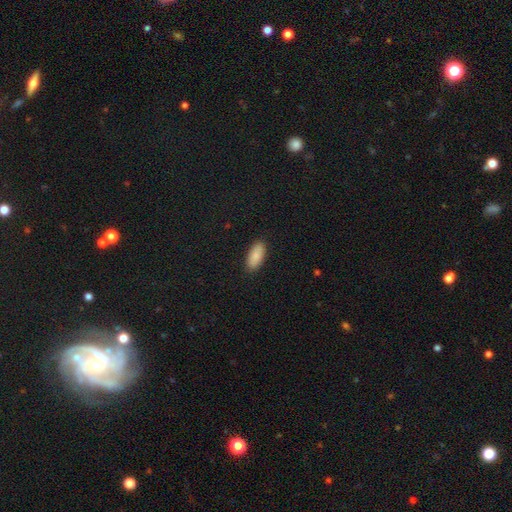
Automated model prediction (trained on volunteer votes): Smooth or featured?
  - smooth: 89% *
  - star or artifact: 6%
  - featured or disk: 5%
How rounded?
  - in between: 87% *
  - cigar-shaped: 12%
  - round: 2%
Merging?
  - none: 89% *
  - minor disturbance: 8%
  - major disturbance: 2%
  - merger: 1%